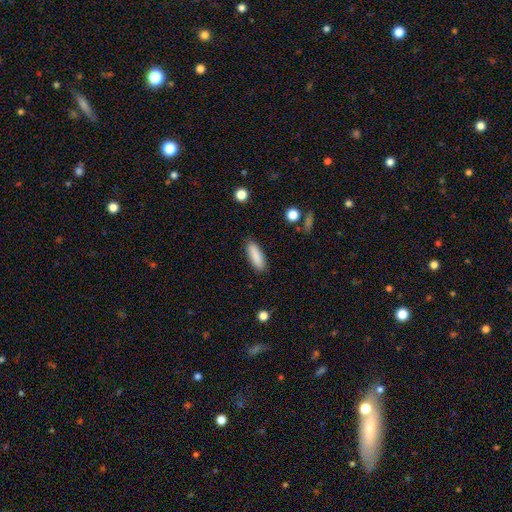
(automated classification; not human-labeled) Morphology: type=smooth (88%); roundness=cigar-shaped (52%); merging=none (88%).